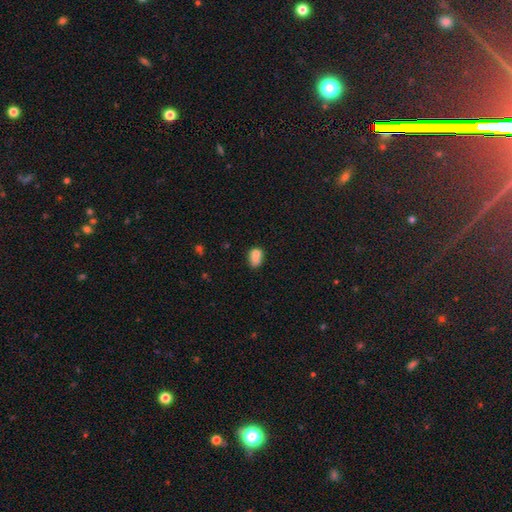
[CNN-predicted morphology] smooth_or_featured: smooth (p=0.75) [alt: featured or disk p=0.15]
how_rounded: in between (p=0.70) [alt: round p=0.28]
merging: none (p=0.39) [alt: merger p=0.38]